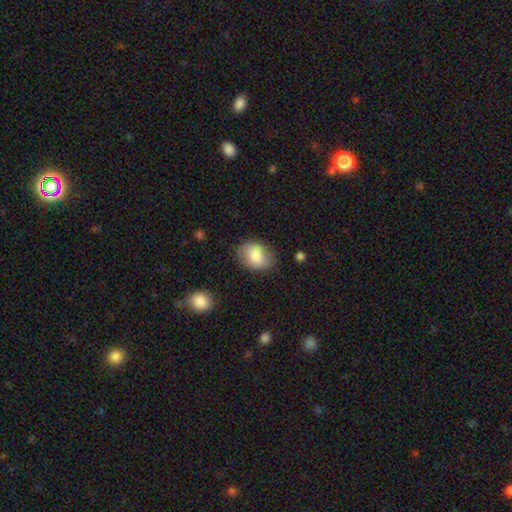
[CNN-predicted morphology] Smooth or featured? smooth (79%)
How rounded? in between (67%)
Merging? none (78%)